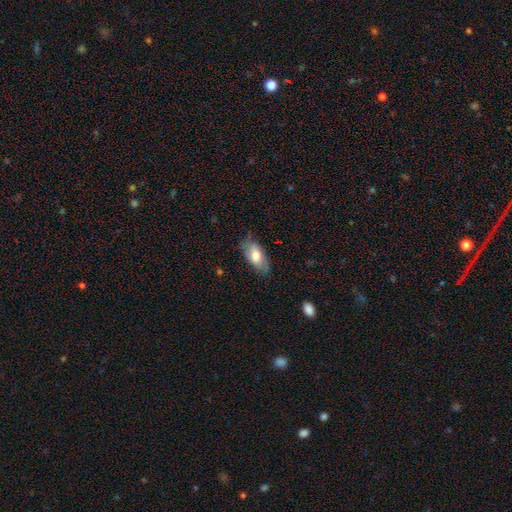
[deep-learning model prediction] Q: Smooth or featured?
A: smooth (65%); runner-up: featured or disk (29%)
Q: How rounded?
A: in between (90%); runner-up: cigar-shaped (7%)
Q: Merging?
A: none (74%); runner-up: minor disturbance (20%)